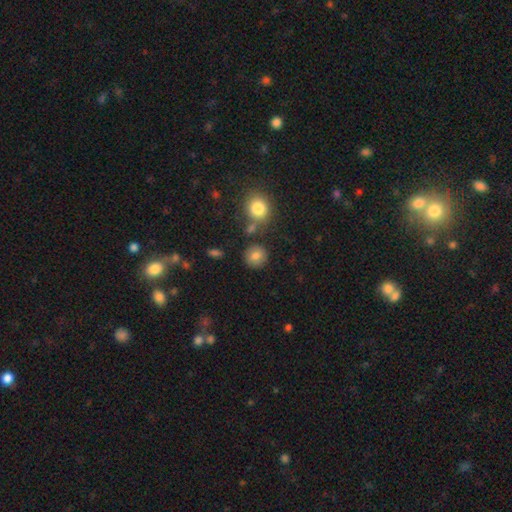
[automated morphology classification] This appears to be a smooth galaxy with no disk features (82%) that is round (91%). Merging: none (83%).